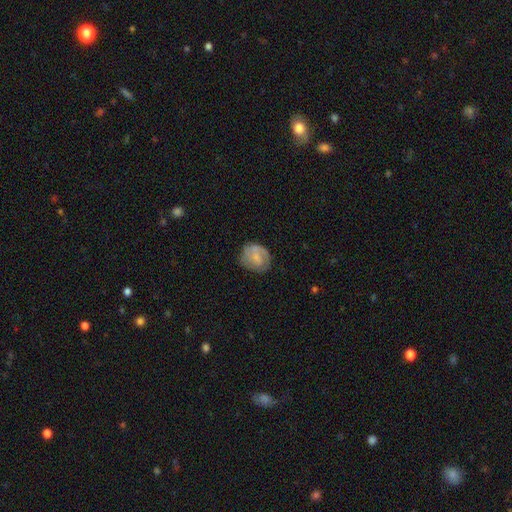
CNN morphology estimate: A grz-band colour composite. It shows a smooth galaxy with no disk features (48%). Merging: none (64%).